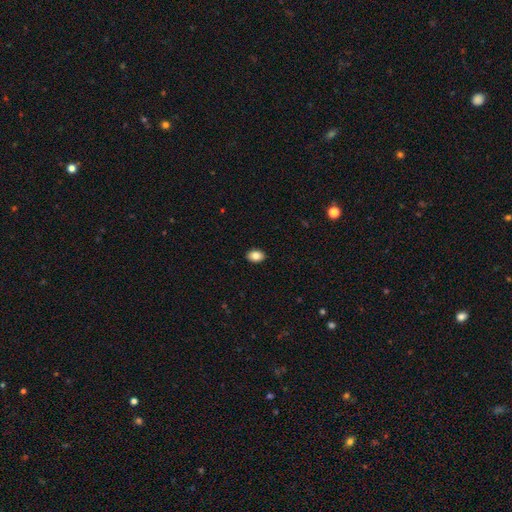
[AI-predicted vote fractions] Smooth or featured: smooth — 85% (star or artifact — 8%)
How rounded: in between — 82% (round — 17%)
Merging: none — 91% (minor disturbance — 7%)